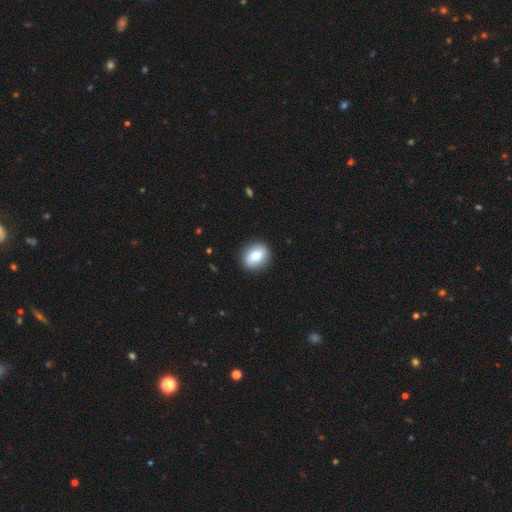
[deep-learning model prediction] Overall: smooth (78%). How rounded: in between (56%; round 43%). Merging: none (88%).